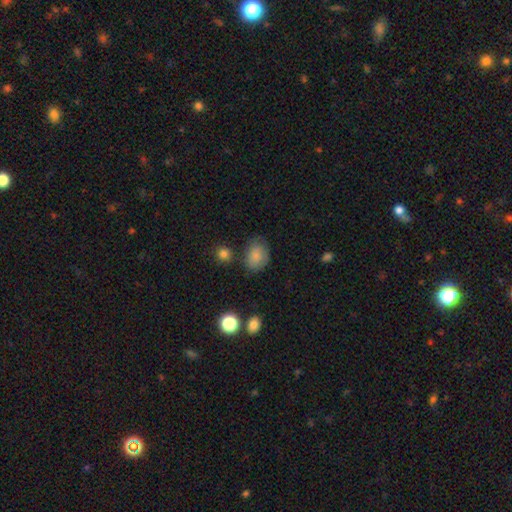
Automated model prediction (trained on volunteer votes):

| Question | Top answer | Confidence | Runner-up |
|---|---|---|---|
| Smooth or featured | smooth | 78% | featured or disk (13%) |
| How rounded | in between | 68% | round (31%) |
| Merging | none | 65% | minor disturbance (23%) |